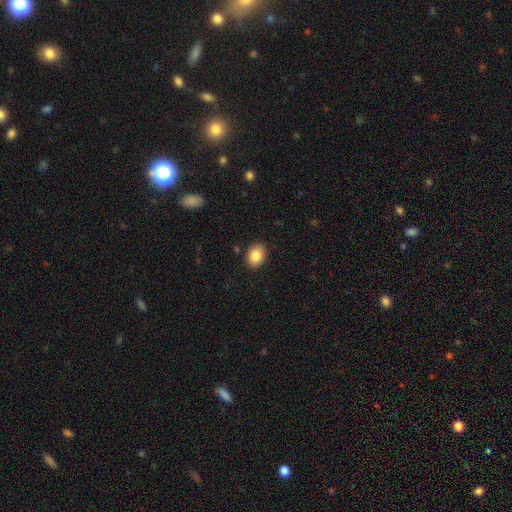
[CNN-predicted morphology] Smooth or featured?
  - smooth: 85% *
  - star or artifact: 8%
  - featured or disk: 7%
How rounded?
  - in between: 68% *
  - round: 32%
  - cigar-shaped: 1%
Merging?
  - none: 89% *
  - minor disturbance: 8%
  - major disturbance: 2%
  - merger: 1%